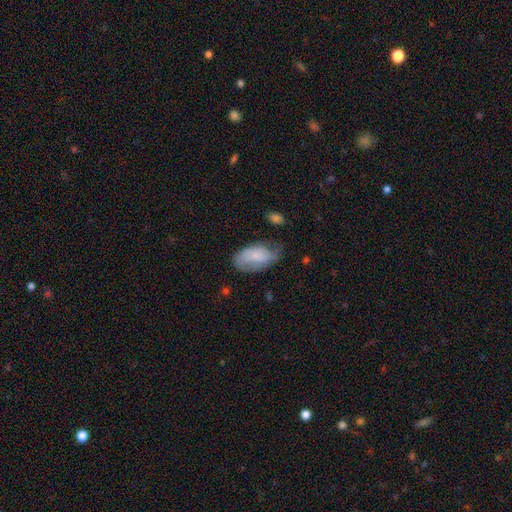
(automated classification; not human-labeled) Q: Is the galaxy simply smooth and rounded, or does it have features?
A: smooth — 66%.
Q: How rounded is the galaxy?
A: in between — 93%.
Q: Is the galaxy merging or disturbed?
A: none — 45%.